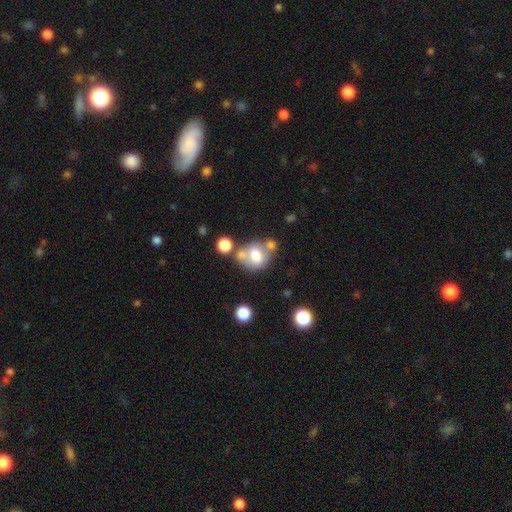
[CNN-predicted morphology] This is likely a smooth galaxy (64%). How rounded: possibly round (56%). Merging: marginally none (41%).